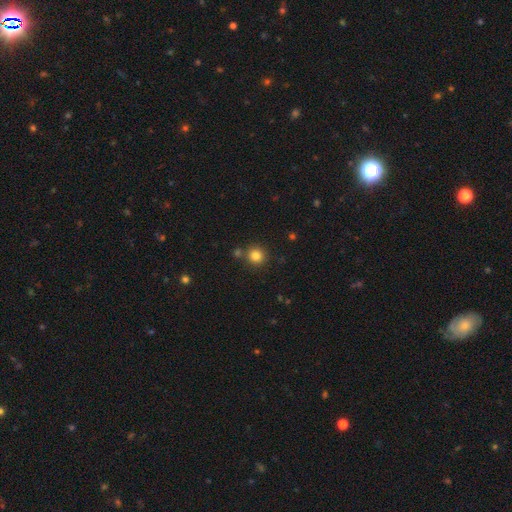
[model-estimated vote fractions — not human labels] Q: Smooth or featured?
A: smooth (82%); runner-up: star or artifact (12%)
Q: How rounded?
A: round (92%); runner-up: in between (7%)
Q: Merging?
A: none (79%); runner-up: merger (10%)